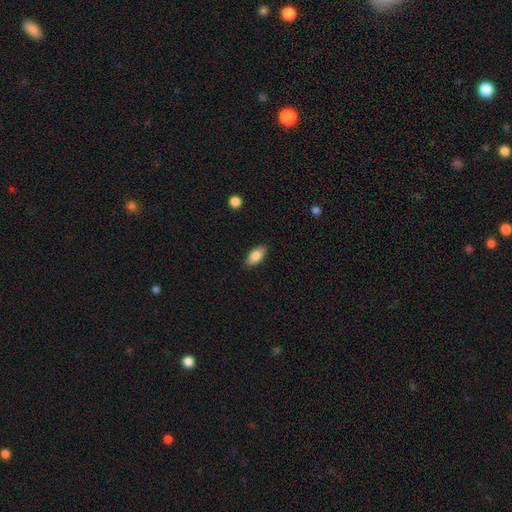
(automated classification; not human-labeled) Smooth or featured? Predicted: smooth (p=0.85). How rounded? Predicted: in between (p=0.91). Merging? Predicted: none (p=0.87).